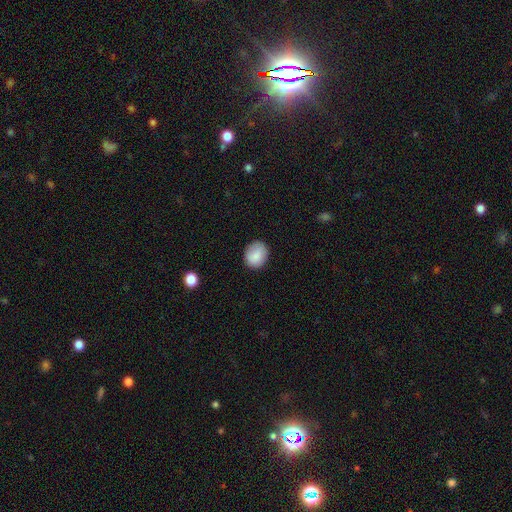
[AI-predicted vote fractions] smooth_or_featured: smooth (p=0.85) [alt: star or artifact p=0.08]
how_rounded: round (p=0.62) [alt: in between p=0.38]
merging: none (p=0.83) [alt: minor disturbance p=0.13]